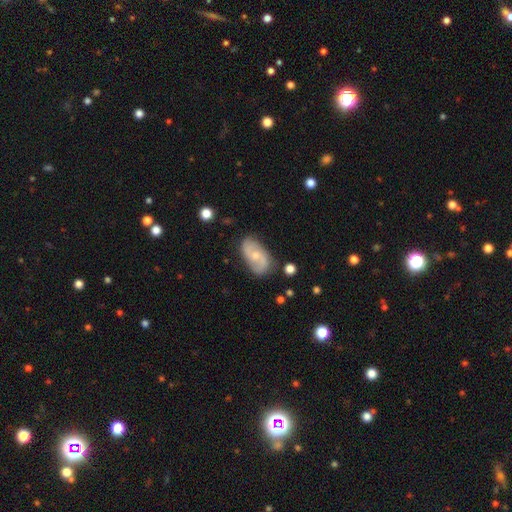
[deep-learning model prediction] This is likely a featured or disk galaxy (69%). It is clearly not viewed edge-on (95%). Bar: possibly no (60%). Spiral arm pattern: clearly yes (89%). Spiral arm count: clearly 2 (84%). Spiral winding: marginally medium (43%). Central bulge: possibly small (53%). Merging: likely none (75%).